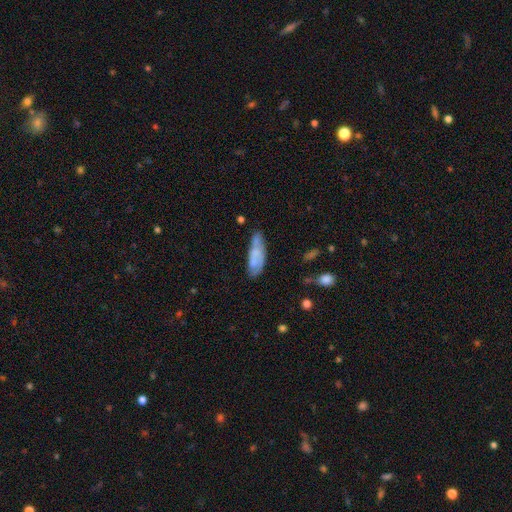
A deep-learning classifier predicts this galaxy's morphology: Smooth or featured? smooth (62%)
How rounded? in between (57%)
Merging? none (45%)